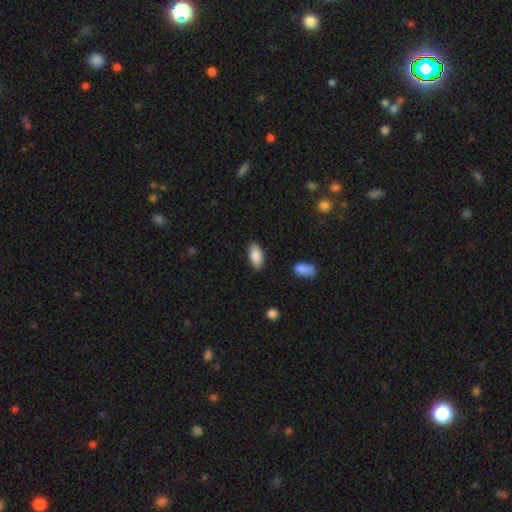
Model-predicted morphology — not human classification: smooth_or_featured: smooth (p=0.87) [alt: star or artifact p=0.06]
how_rounded: in between (p=0.92) [alt: cigar-shaped p=0.06]
merging: none (p=0.86) [alt: minor disturbance p=0.10]